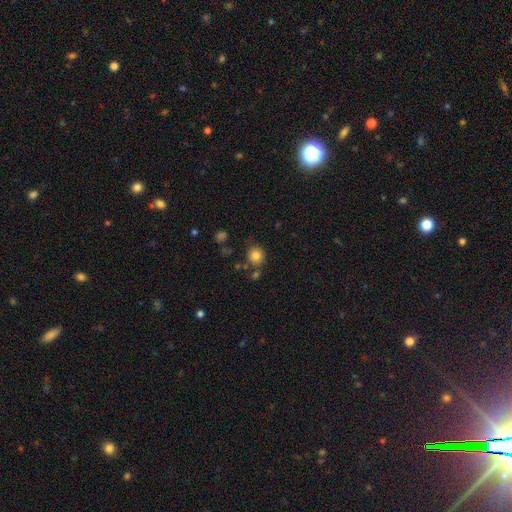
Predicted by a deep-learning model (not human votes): Q: Smooth or featured?
A: smooth (82%); runner-up: star or artifact (11%)
Q: How rounded?
A: round (86%); runner-up: in between (13%)
Q: Merging?
A: none (75%); runner-up: minor disturbance (13%)